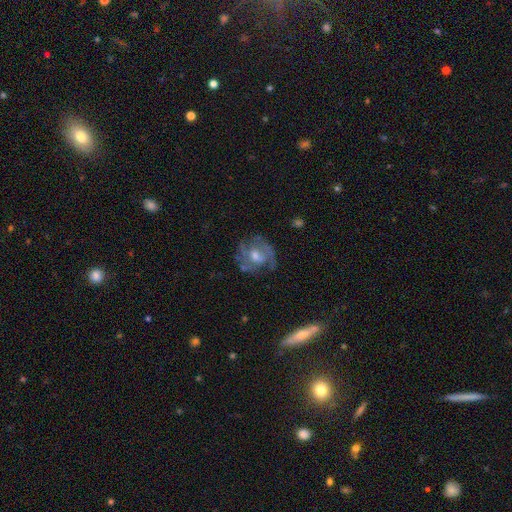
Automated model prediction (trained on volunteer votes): A featured or disk galaxy (74%) with no bar (52%), 2 (40%) medium (43%) spiral arms (81%) and a moderate central bulge (63%).

Vote fractions:
- Smooth or featured? featured or disk: 74% / smooth: 18% / star or artifact: 8%
- Edge-on disk? no: 95% / yes: 5%
- Bar? no: 52% / weak: 38% / strong: 9%
- Spiral arms? yes: 81% / no: 19%
- Spiral winding? medium: 43% / tight: 41% / loose: 16%
- Spiral arm count? 2: 40% / can't tell: 31% / 3: 17% / 1: 5% / 4: 4% / more than 4: 3%
- Bulge size? moderate: 63% / small: 25% / large: 7% / none: 3% / dominant: 1%
- Merging? none: 69% / minor disturbance: 19% / major disturbance: 11% / merger: 2%